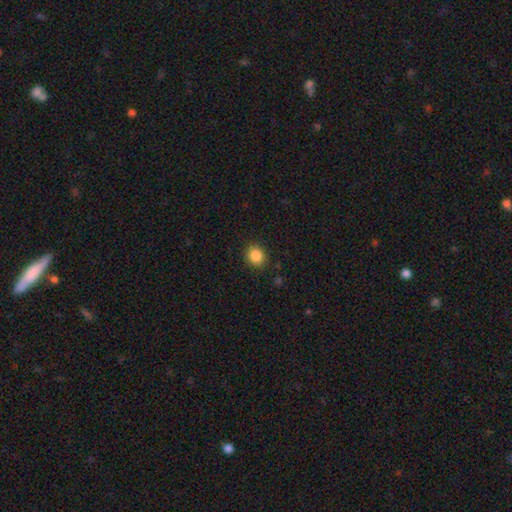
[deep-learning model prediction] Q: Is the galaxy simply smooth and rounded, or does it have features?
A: smooth — 86%.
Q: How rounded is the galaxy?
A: round — 74%.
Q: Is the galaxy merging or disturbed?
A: none — 88%.